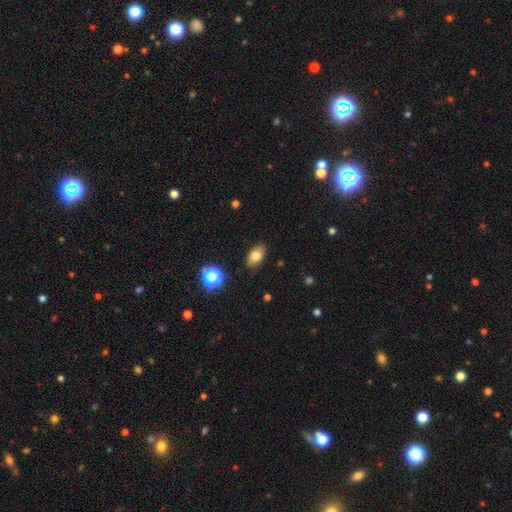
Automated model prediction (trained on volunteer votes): Smooth or featured? Predicted: smooth (p=0.79). How rounded? Predicted: in between (p=0.89). Merging? Predicted: none (p=0.87).